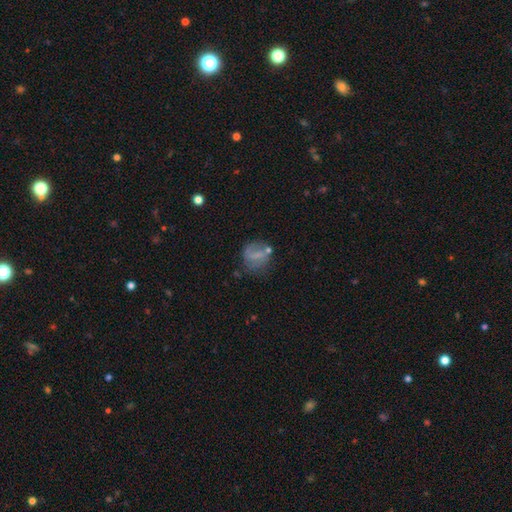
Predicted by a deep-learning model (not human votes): smooth-or-featured: smooth: 54% | featured or disk: 35% | star or artifact: 11%
  how-rounded: round: 70% | in between: 28% | cigar-shaped: 2%
  merging: none: 53% | minor disturbance: 23% | major disturbance: 15% | merger: 9%